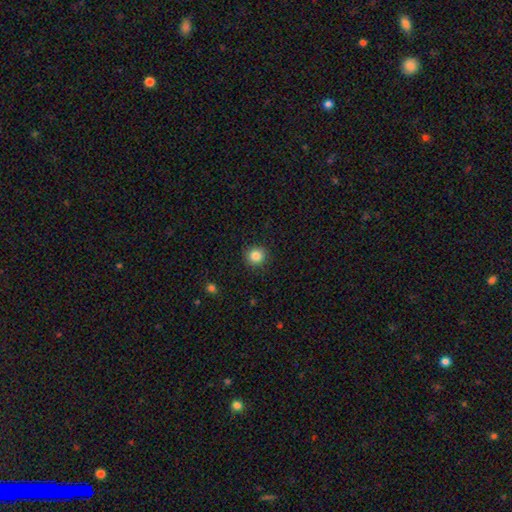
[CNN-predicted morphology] A smooth galaxy with no disk features (84%) that is round (92%).

Vote fractions:
- Smooth or featured? smooth: 84% / star or artifact: 11% / featured or disk: 5%
- How rounded? round: 92% / in between: 7% / cigar-shaped: 1%
- Merging? none: 90% / minor disturbance: 6% / major disturbance: 2% / merger: 1%